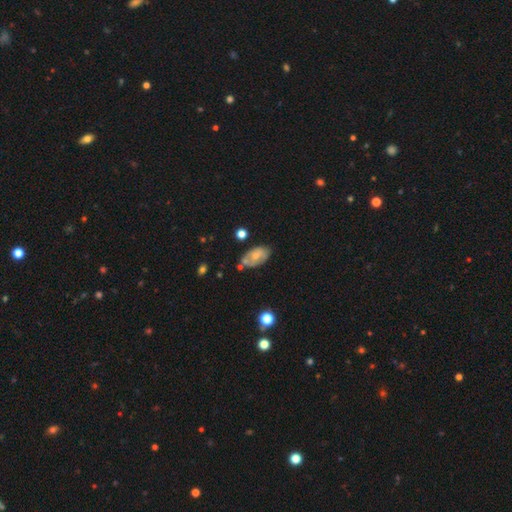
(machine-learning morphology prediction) smooth 57%, featured or disk 35%, star or artifact 8%. Down the decision tree: how rounded — in between (92%); merging — none (58%).